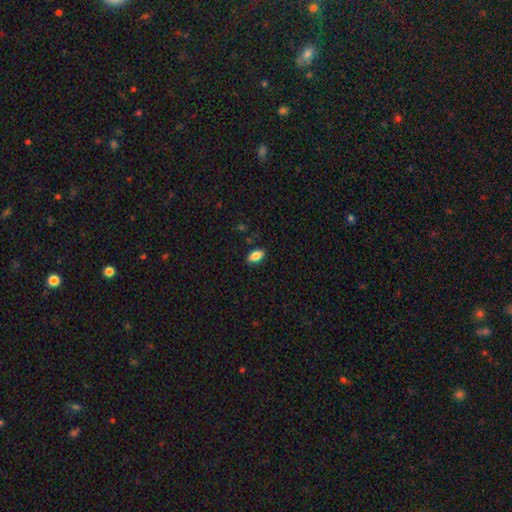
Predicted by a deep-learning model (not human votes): A smooth galaxy with no disk features (86%) that is in between round and cigar-shaped (91%). Merging: none (87%).